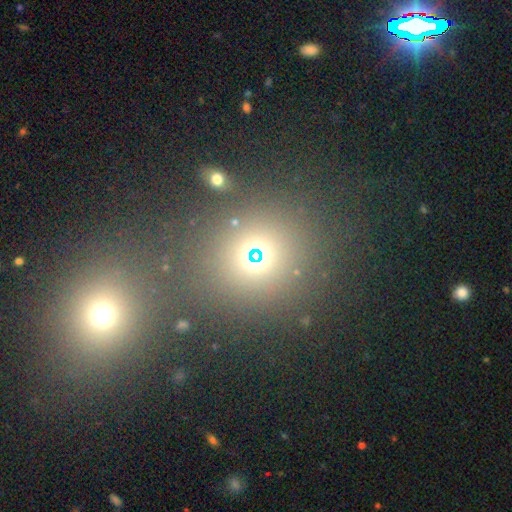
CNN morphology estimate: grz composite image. It shows a smooth galaxy with no disk features (49%). Merging: none (79%).